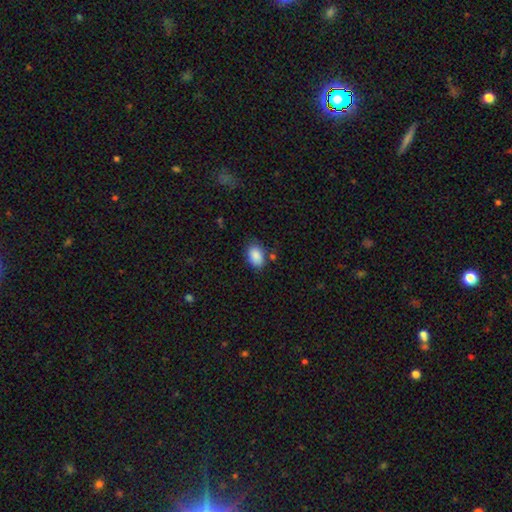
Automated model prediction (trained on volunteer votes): Morphology: type=smooth (88%); roundness=in between (87%); merging=none (75%).